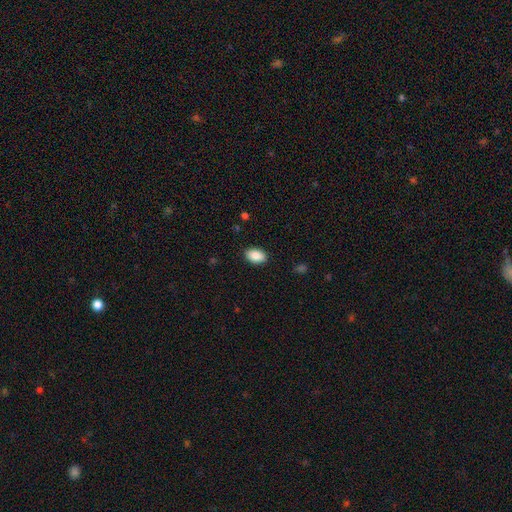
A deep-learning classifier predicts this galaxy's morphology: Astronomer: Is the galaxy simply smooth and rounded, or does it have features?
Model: smooth — 89%.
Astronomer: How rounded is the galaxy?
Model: in between — 91%.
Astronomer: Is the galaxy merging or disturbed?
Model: none — 88%.